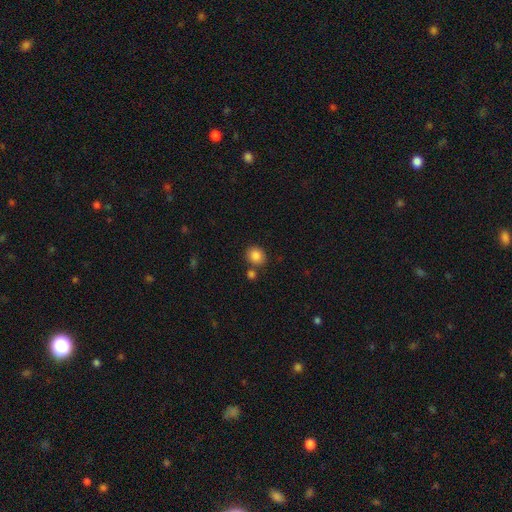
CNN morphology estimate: This appears to be a smooth galaxy with no disk features (86%) that is round (74%). Merging: none (75%).